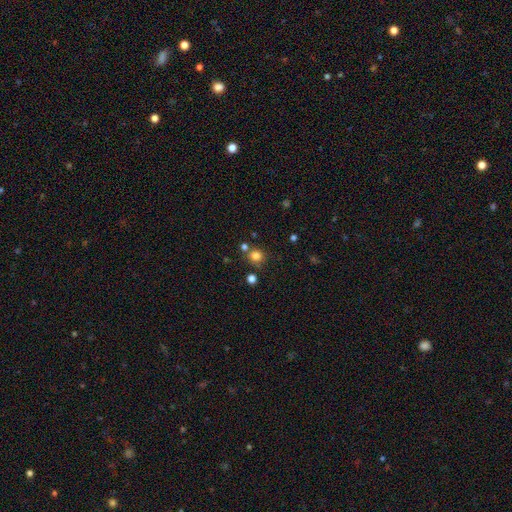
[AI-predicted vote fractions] Smooth or featured? Predicted: smooth (p=0.80). How rounded? Predicted: round (p=0.86). Merging? Predicted: none (p=0.74).